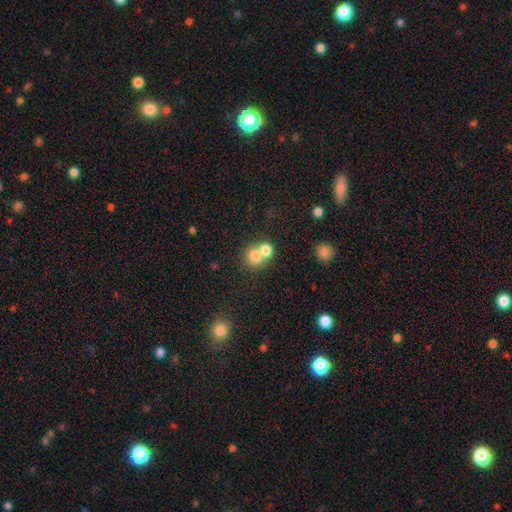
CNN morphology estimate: This is likely a smooth galaxy (76%). How rounded: clearly round (81%). Merging: possibly merger (55%).